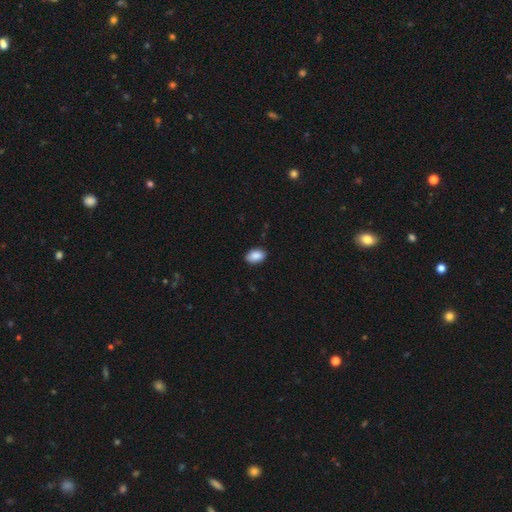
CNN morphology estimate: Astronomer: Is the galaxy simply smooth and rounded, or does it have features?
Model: smooth — 89%.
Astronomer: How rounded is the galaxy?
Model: in between — 89%.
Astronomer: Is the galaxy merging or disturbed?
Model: none — 88%.